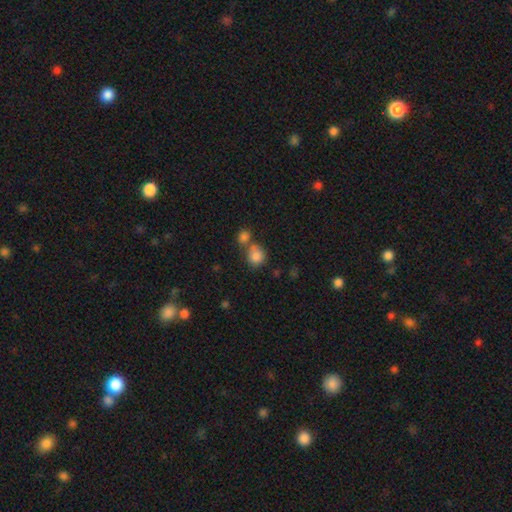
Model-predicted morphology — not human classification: This is clearly a smooth galaxy (84%). How rounded: likely round (77%). Merging: possibly none (46%).